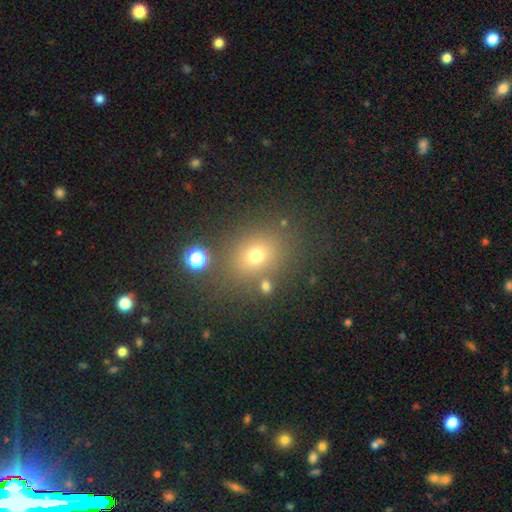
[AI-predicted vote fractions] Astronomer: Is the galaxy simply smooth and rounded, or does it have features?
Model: smooth — 68%.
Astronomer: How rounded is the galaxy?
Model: round — 54% (runner-up: in between, 45%).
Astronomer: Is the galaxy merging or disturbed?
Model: none — 78%.